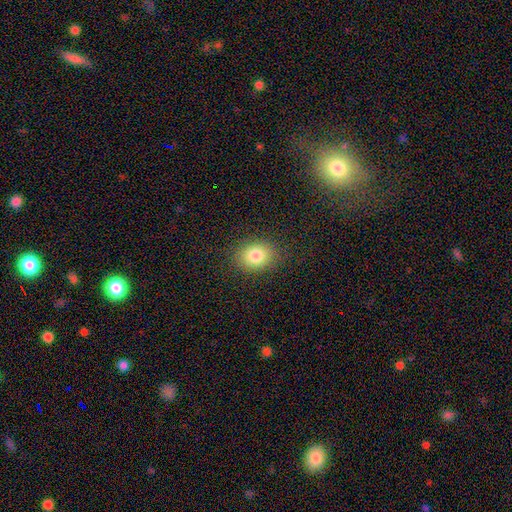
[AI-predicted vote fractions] This is clearly a smooth galaxy (82%). How rounded: possibly in between (53%). Merging: clearly none (87%).